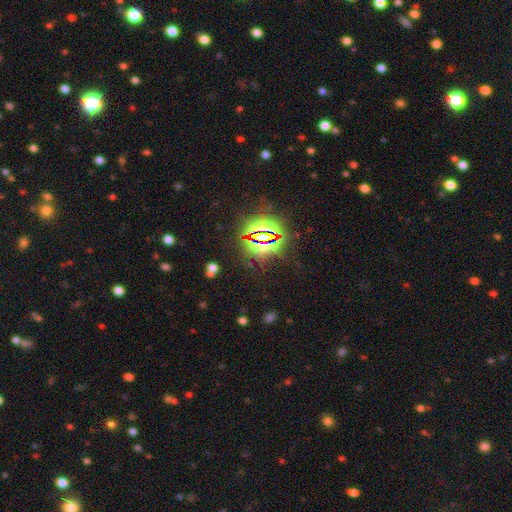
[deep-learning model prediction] This is likely a star or artifact rather than a galaxy (79%).